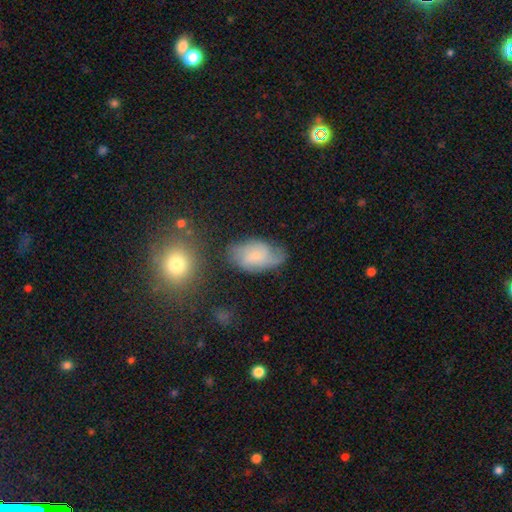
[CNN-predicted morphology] smooth_or_featured: featured or disk (p=0.50) [alt: smooth p=0.41]
disk_edge_on: no (p=0.95) [alt: yes p=0.05]
merging: none (p=0.54) [alt: minor disturbance p=0.29]